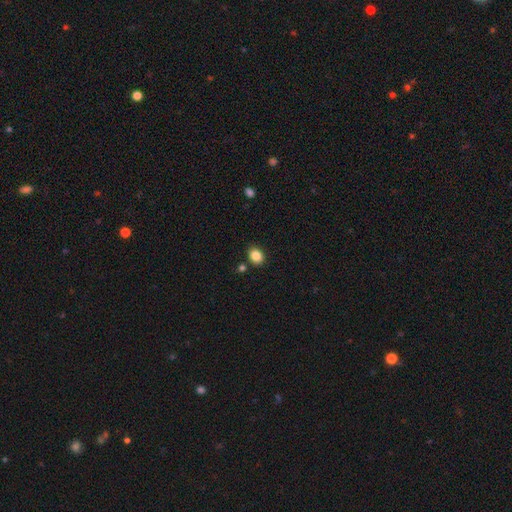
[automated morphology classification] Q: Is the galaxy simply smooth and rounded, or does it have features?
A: smooth — 86%.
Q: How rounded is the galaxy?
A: in between — 51%.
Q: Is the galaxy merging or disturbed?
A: none — 84%.